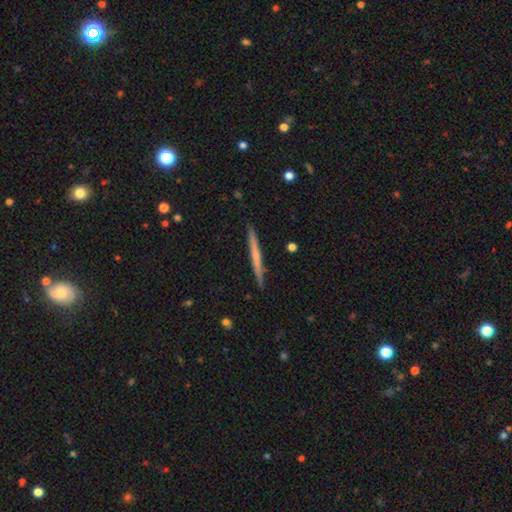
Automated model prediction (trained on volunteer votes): Q: Smooth or featured?
A: featured or disk (50%); runner-up: smooth (44%)
Q: Edge-on disk?
A: yes (97%); runner-up: no (3%)
Q: Merging?
A: none (91%); runner-up: minor disturbance (7%)